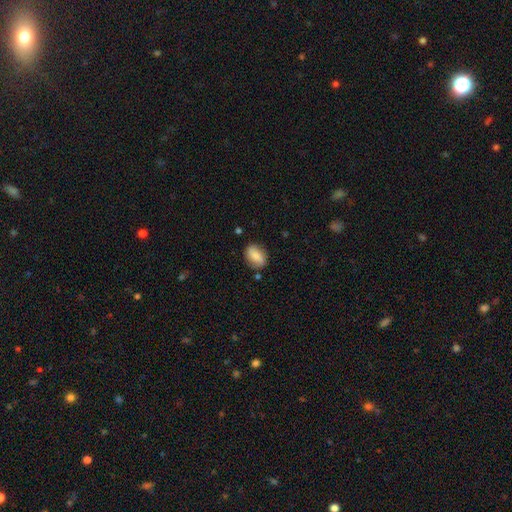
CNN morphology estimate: A smooth galaxy with no disk features (77%) that is in between round and cigar-shaped (82%). Merging: none (78%).